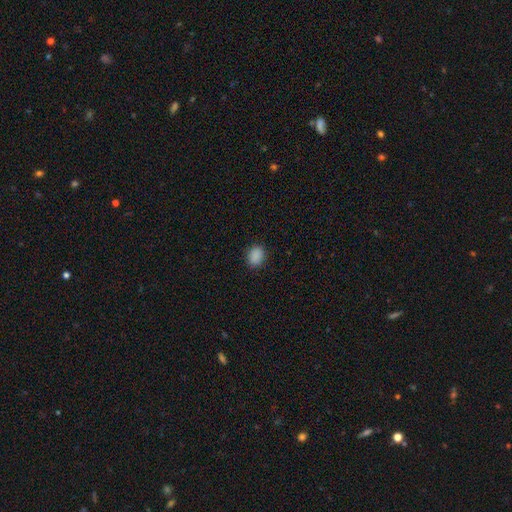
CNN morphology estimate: smooth_or_featured: smooth (p=0.88) [alt: star or artifact p=0.09]
how_rounded: in between (p=0.59) [alt: round p=0.40]
merging: none (p=0.87) [alt: minor disturbance p=0.09]